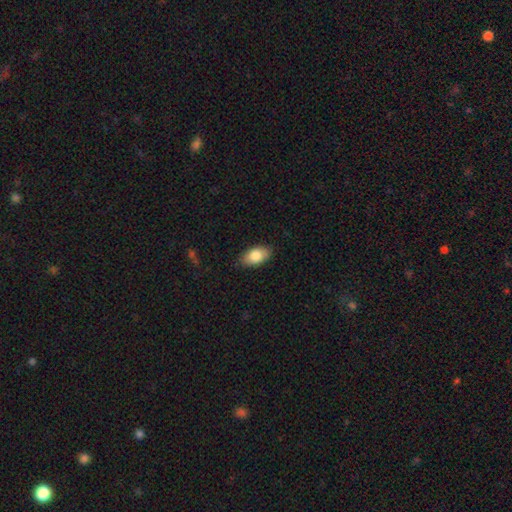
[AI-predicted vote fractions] smooth_or_featured: smooth (p=0.84) [alt: featured or disk p=0.10]
how_rounded: in between (p=0.93) [alt: round p=0.04]
merging: none (p=0.85) [alt: minor disturbance p=0.12]